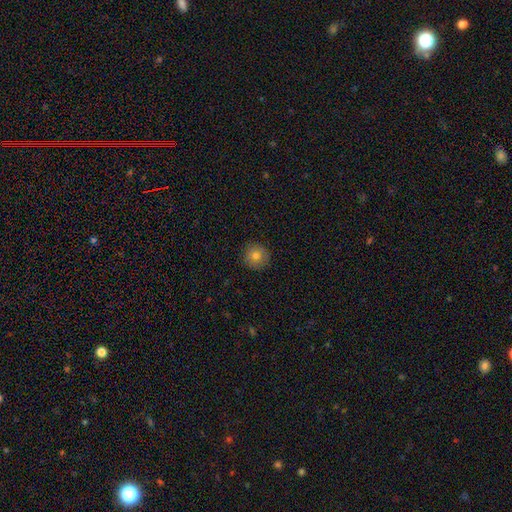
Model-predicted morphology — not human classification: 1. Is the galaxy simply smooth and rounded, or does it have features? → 78% smooth, 11% featured or disk, 11% star or artifact.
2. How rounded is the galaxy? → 95% round, 4% in between, 1% cigar-shaped.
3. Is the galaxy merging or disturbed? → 91% none, 6% minor disturbance, 2% major disturbance, 1% merger.